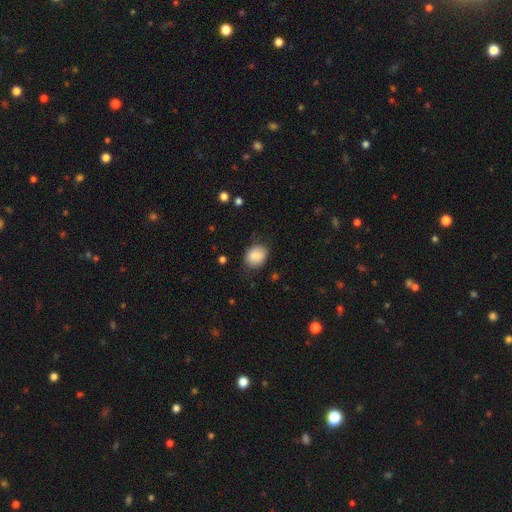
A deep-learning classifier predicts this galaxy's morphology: Smooth or featured? smooth (86%)
How rounded? in between (55%)
Merging? none (77%)